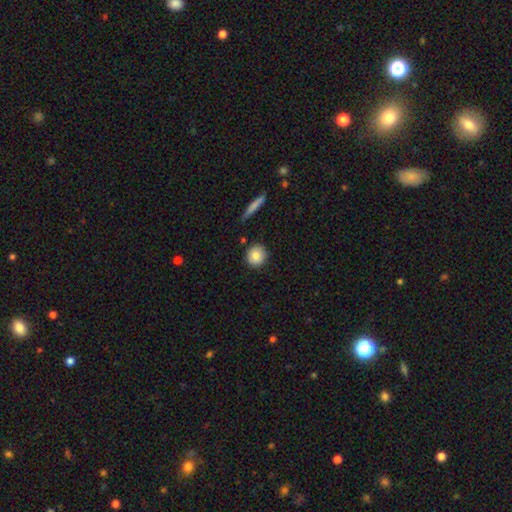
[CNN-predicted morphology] smooth 84%, featured or disk 8%, star or artifact 8%. Down the decision tree: how rounded — round (91%); merging — none (88%).